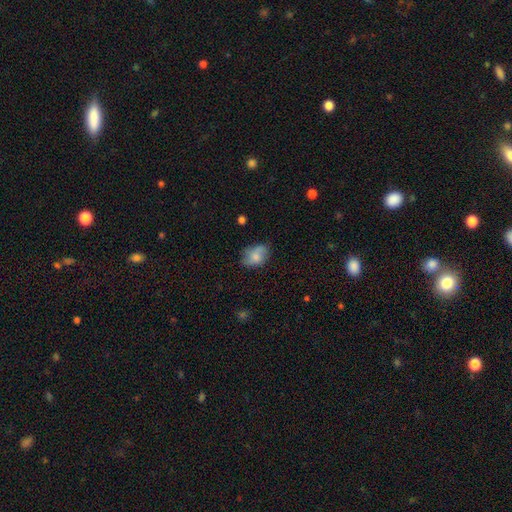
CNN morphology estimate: Smooth or featured? smooth (73%)
How rounded? in between (75%)
Merging? none (61%)